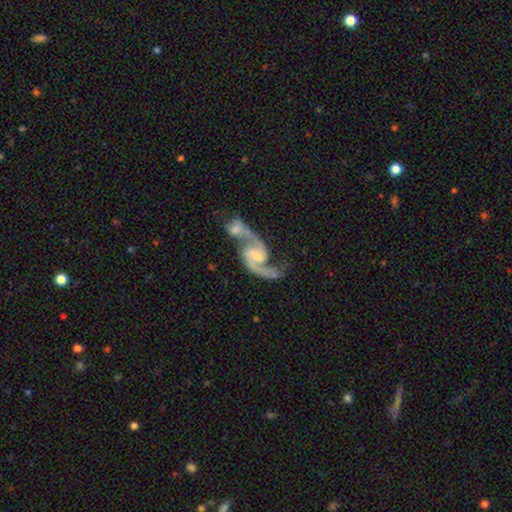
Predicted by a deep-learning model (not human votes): Smooth or featured? Predicted: featured or disk (p=0.91). Edge-on disk? Predicted: no (p=0.97). Bar? Predicted: weak (p=0.47). Spiral arms? Predicted: yes (p=0.97). Spiral winding? Predicted: loose (p=0.53). Spiral arm count? Predicted: 2 (p=0.93). Bulge size? Predicted: small (p=0.52). Merging? Predicted: merger (p=0.53).